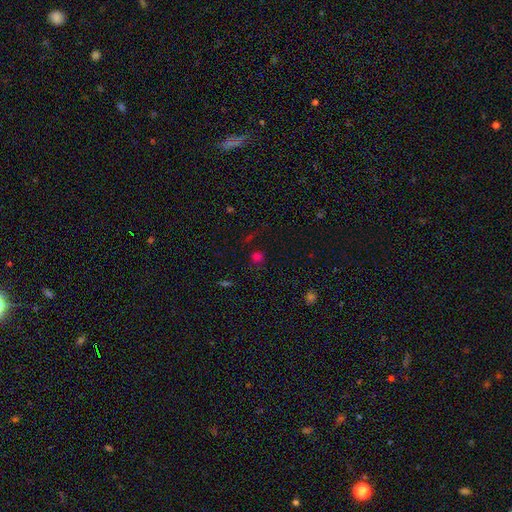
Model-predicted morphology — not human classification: The model was most divided on "smooth or featured": smooth: 57%, star or artifact: 37%, featured or disk: 6%. More confident: how rounded — round (81%); merging — none (72%).